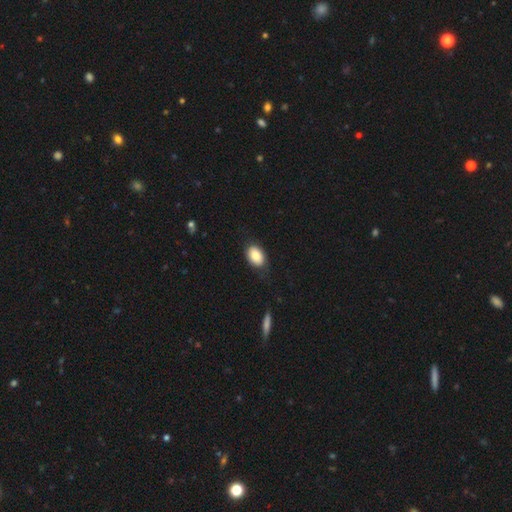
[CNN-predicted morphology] This appears to be a smooth galaxy with no disk features (85%) that is in between round and cigar-shaped (86%). Merging: none (81%).